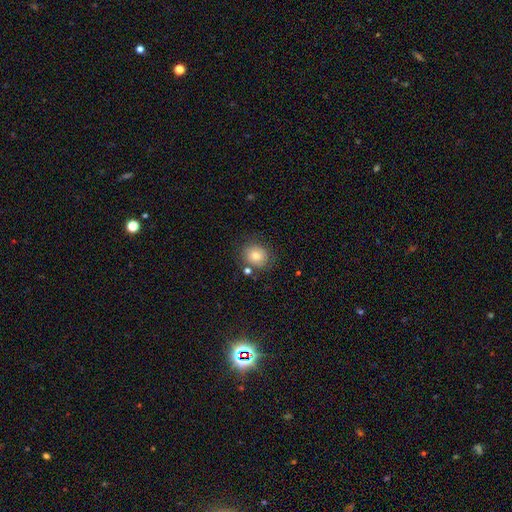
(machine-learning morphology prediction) Smooth or featured: smooth — 76% (featured or disk — 13%)
How rounded: round — 79% (in between — 20%)
Merging: none — 77% (minor disturbance — 13%)